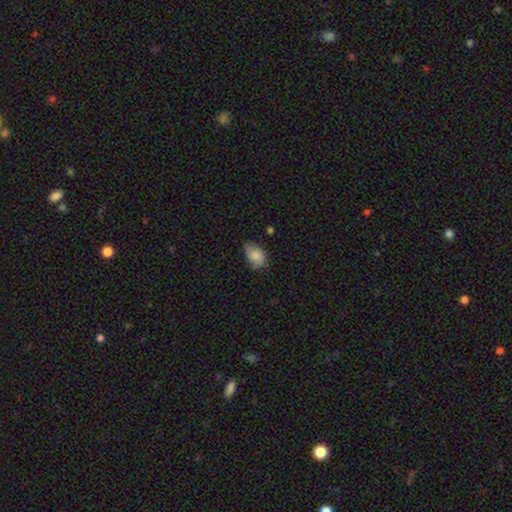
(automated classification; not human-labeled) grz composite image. It shows a smooth galaxy with no disk features (77%) that is in between round and cigar-shaped (82%). Merging: none (52%).